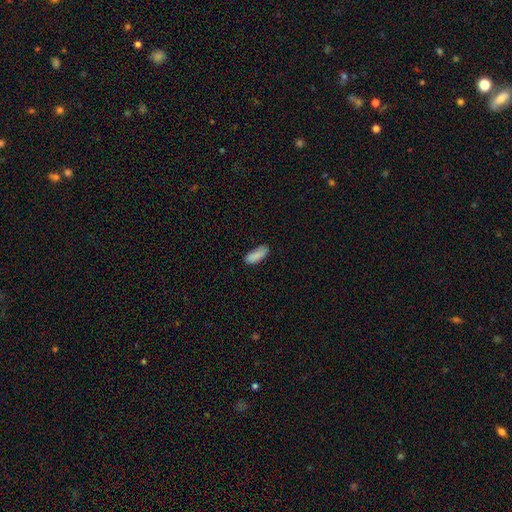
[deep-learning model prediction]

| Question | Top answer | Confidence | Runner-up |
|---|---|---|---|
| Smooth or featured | smooth | 87% | star or artifact (7%) |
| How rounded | in between | 76% | cigar-shaped (22%) |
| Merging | none | 74% | minor disturbance (21%) |